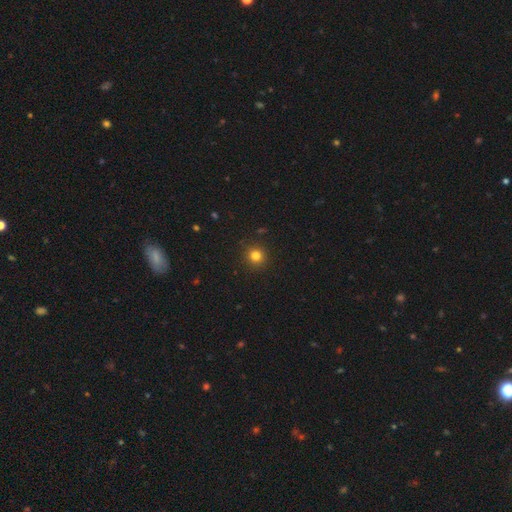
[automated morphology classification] Overall: smooth (81%). How rounded: round (94%). Merging: none (91%).